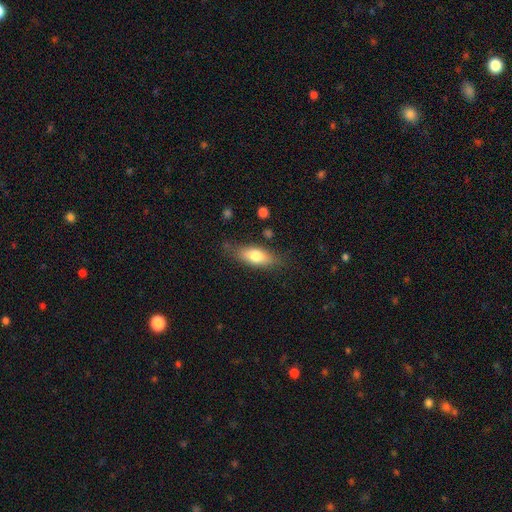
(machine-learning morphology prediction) Q: Smooth or featured?
A: smooth (73%); runner-up: featured or disk (21%)
Q: How rounded?
A: in between (73%); runner-up: cigar-shaped (24%)
Q: Merging?
A: none (76%); runner-up: minor disturbance (18%)